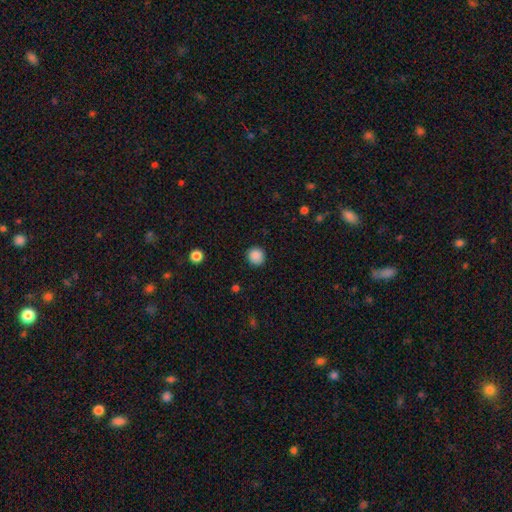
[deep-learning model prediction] smooth_or_featured: smooth (p=0.87) [alt: star or artifact p=0.10]
how_rounded: round (p=0.91) [alt: in between p=0.08]
merging: none (p=0.89) [alt: minor disturbance p=0.07]